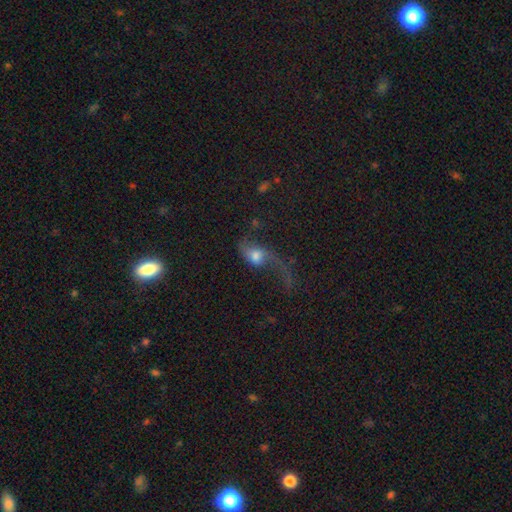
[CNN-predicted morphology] featured or disk 51%, smooth 38%, star or artifact 11%. Down the decision tree: edge-on disk — no (93%); merging — major disturbance (54%).